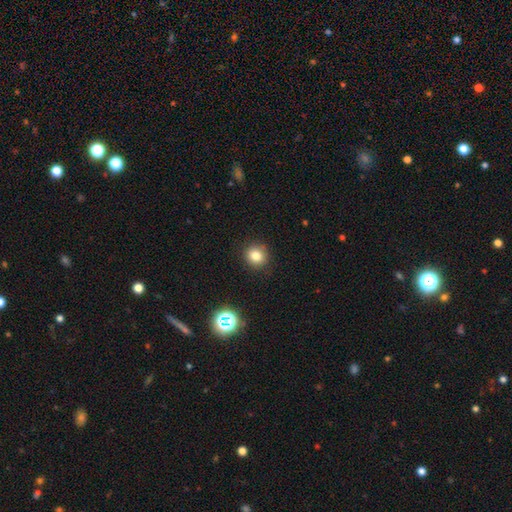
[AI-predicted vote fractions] Smooth or featured? smooth (80%)
How rounded? round (87%)
Merging? none (89%)